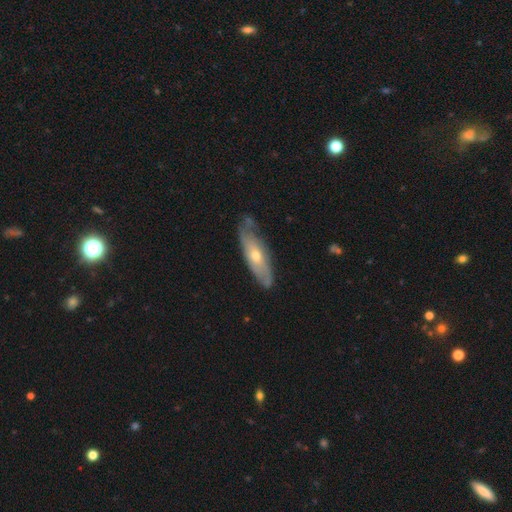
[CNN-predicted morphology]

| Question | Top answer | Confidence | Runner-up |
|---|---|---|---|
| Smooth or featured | featured or disk | 61% | smooth (33%) |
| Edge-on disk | no | 64% | yes (36%) |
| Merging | none | 70% | minor disturbance (23%) |